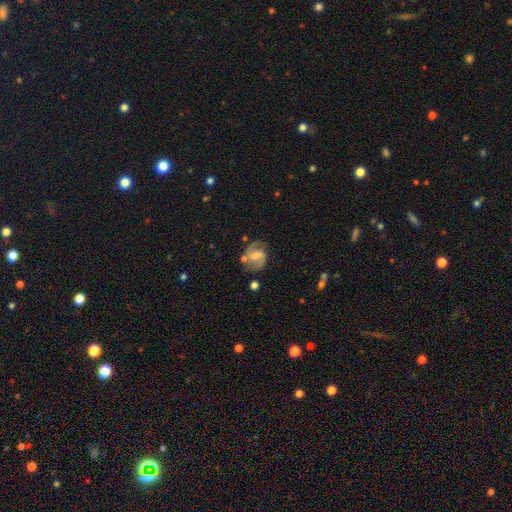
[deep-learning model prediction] Morphology: type=featured or disk (78%); edge-on=no (97%); bar=weak (49%); spiral arms=yes (93%); winding=medium (53%); arm count=2 (87%); bulge=moderate (45%); merging=none (67%).